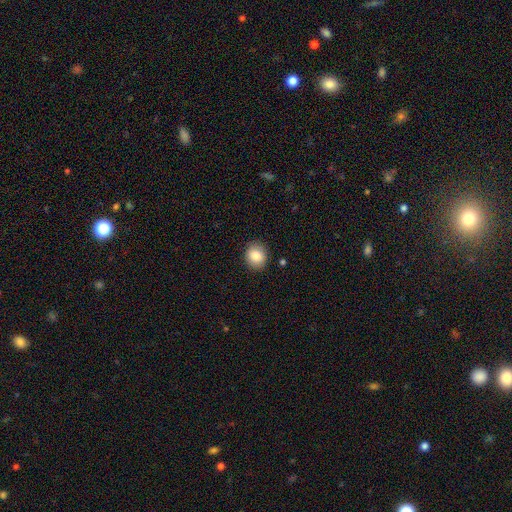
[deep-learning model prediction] Morphology: type=smooth (85%); roundness=round (71%); merging=none (88%).